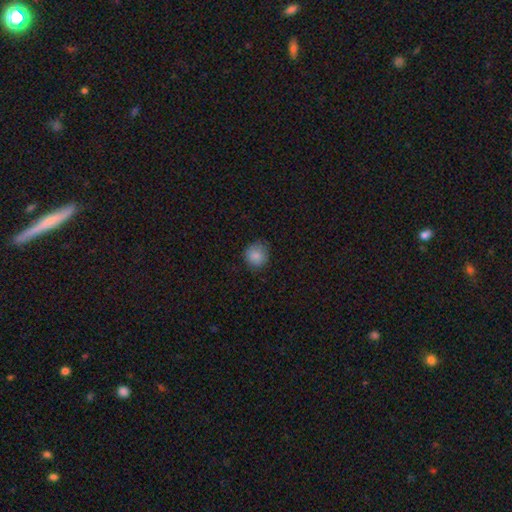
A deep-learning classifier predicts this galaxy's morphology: Smooth or featured: smooth — 86% (star or artifact — 9%)
How rounded: round — 90% (in between — 9%)
Merging: none — 80% (minor disturbance — 15%)